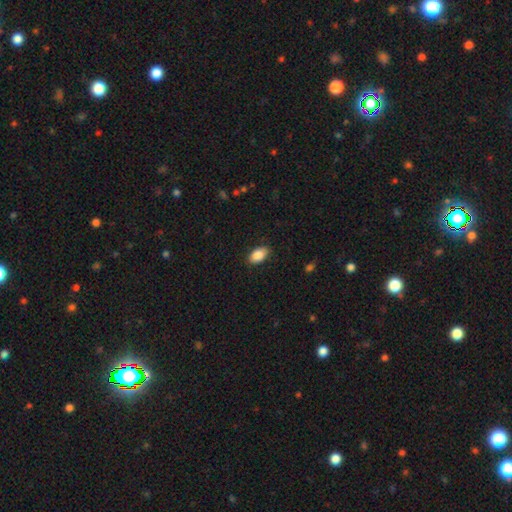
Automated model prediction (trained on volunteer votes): smooth 88%, star or artifact 7%, featured or disk 5%. Down the decision tree: how rounded — in between (93%); merging — none (86%).